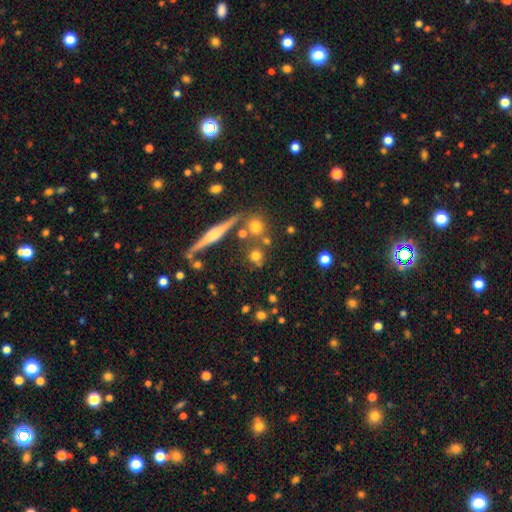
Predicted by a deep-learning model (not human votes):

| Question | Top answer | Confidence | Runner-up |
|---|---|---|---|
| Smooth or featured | smooth | 65% | featured or disk (20%) |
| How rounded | round | 82% | in between (12%) |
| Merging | none | 71% | merger (14%) |